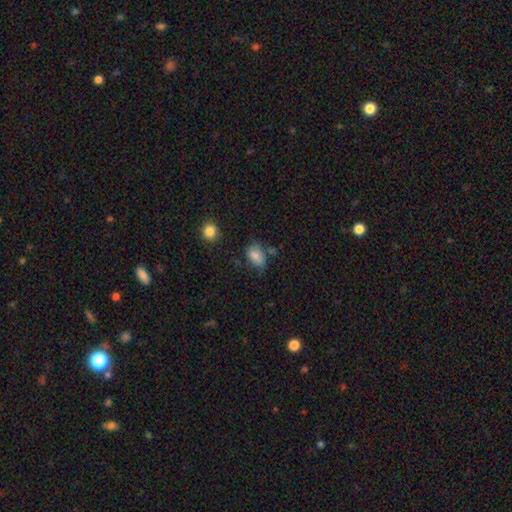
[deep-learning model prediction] A smooth galaxy with no disk features (79%) that is in between round and cigar-shaped (82%). Merging: none (52%).